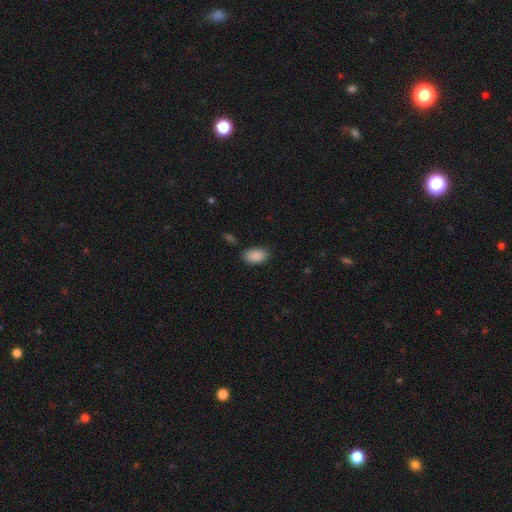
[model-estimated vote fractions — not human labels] A smooth galaxy with no disk features (90%) that is in between round and cigar-shaped (93%). Merging: none (82%).